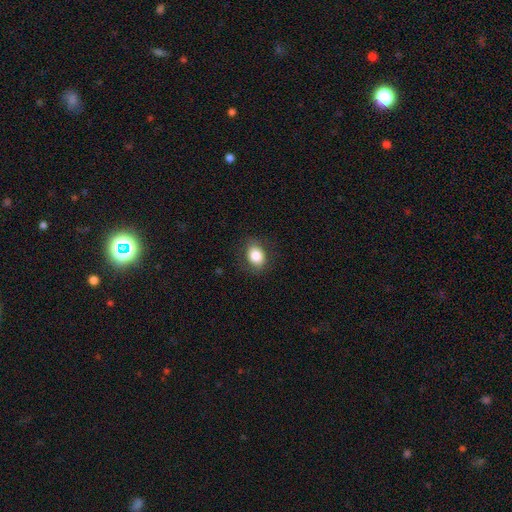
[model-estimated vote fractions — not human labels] Q: Smooth or featured?
A: smooth (83%); runner-up: star or artifact (9%)
Q: How rounded?
A: in between (59%); runner-up: round (40%)
Q: Merging?
A: none (82%); runner-up: minor disturbance (13%)